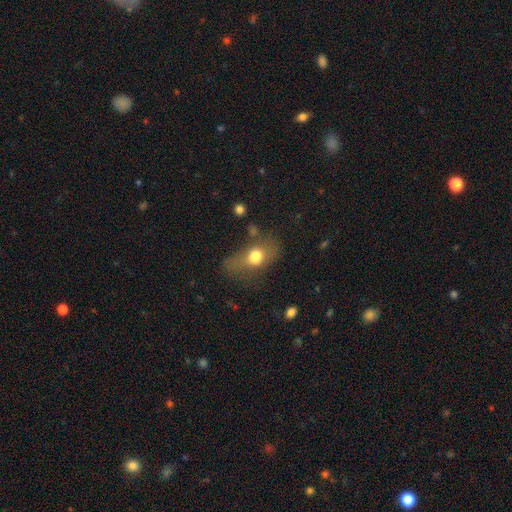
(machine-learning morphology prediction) smooth-or-featured: smooth: 67% | featured or disk: 22% | star or artifact: 11%
  how-rounded: in between: 70% | round: 24% | cigar-shaped: 6%
  merging: none: 44% | minor disturbance: 26% | major disturbance: 25% | merger: 5%